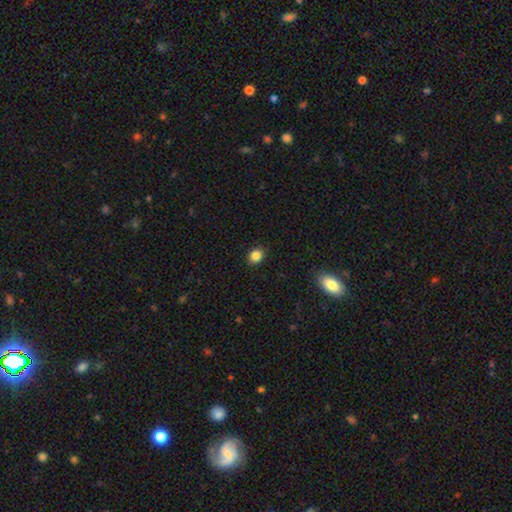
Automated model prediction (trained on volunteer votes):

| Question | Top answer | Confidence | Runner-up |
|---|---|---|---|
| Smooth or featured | smooth | 85% | star or artifact (10%) |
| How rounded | round | 52% | in between (47%) |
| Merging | none | 90% | minor disturbance (7%) |